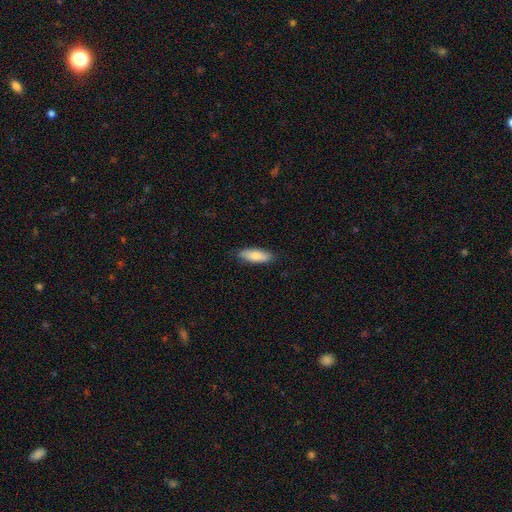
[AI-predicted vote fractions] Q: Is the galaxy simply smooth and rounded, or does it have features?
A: smooth — 80%.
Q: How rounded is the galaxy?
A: in between — 67%.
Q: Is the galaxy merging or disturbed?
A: none — 85%.